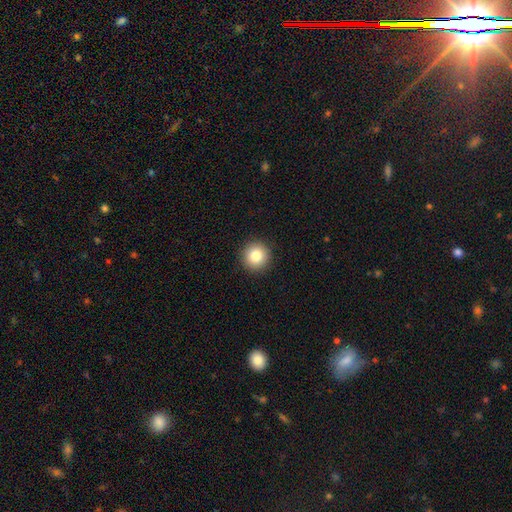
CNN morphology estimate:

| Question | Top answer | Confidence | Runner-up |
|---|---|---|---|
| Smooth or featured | smooth | 84% | star or artifact (10%) |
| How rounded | round | 95% | in between (4%) |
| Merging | none | 93% | minor disturbance (5%) |